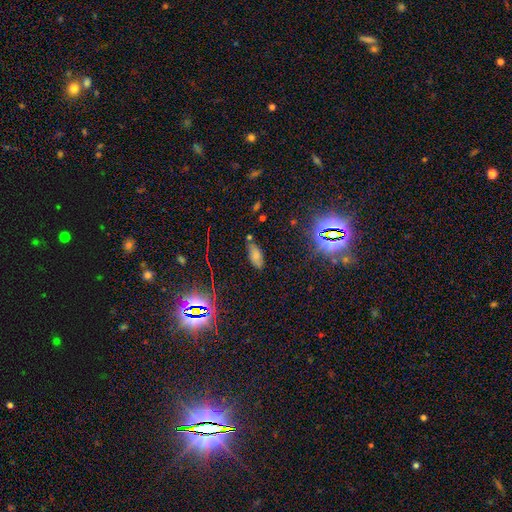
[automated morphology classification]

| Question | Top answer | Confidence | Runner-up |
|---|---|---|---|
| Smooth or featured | smooth | 63% | star or artifact (23%) |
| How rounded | in between | 86% | cigar-shaped (11%) |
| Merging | none | 71% | minor disturbance (19%) |